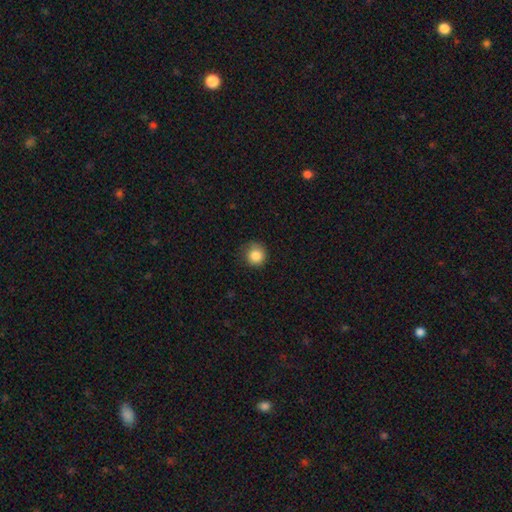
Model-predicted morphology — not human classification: Smooth or featured? Predicted: smooth (p=0.86). How rounded? Predicted: round (p=0.93). Merging? Predicted: none (p=0.79).